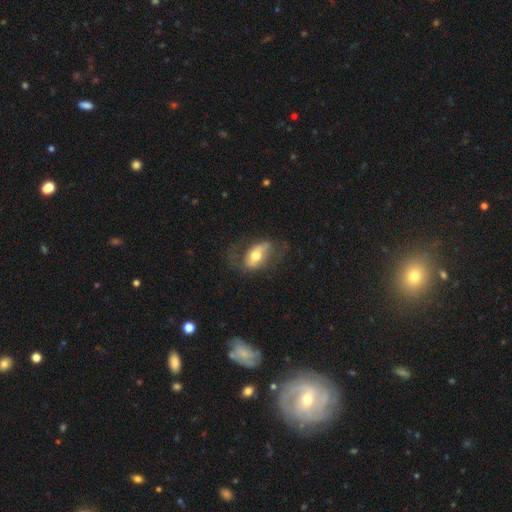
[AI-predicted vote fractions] featured or disk 55%, smooth 39%, star or artifact 6%. Down the decision tree: edge-on disk — no (88%); merging — none (55%).